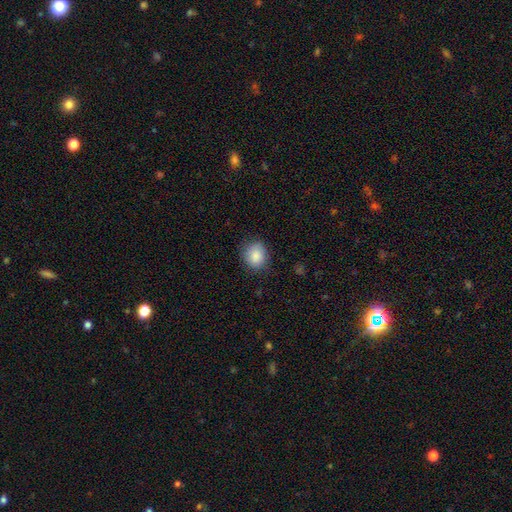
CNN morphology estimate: type=smooth (87%); roundness=round (64%); merging=none (79%).